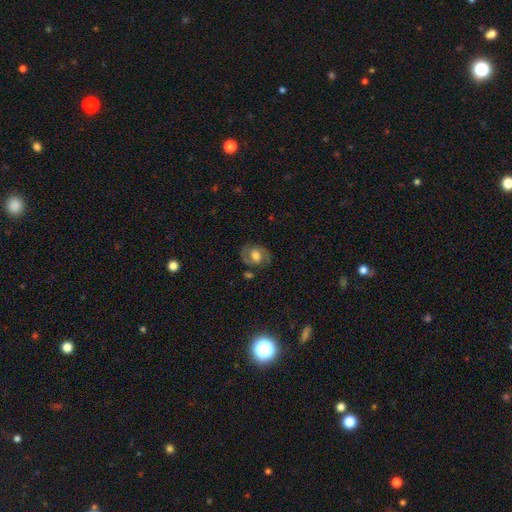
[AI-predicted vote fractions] Overall: featured or disk (60%; smooth 32%). Edge-on disk: no (95%). Bar: no (53%; weak 35%). Spiral arms: yes (71%). Bulge size: moderate (44%; large 42%). Merging: none (75%).